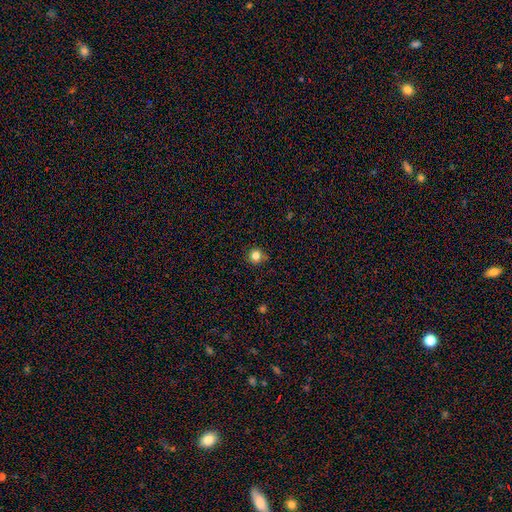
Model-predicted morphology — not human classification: type=smooth (82%); roundness=round (93%); merging=none (87%).